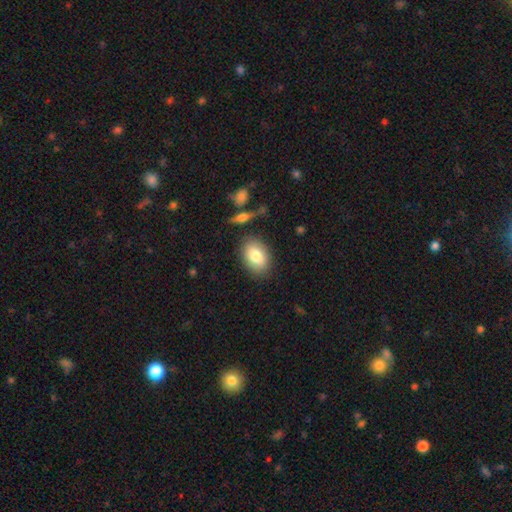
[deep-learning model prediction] This appears to be a smooth galaxy with no disk features (81%) that is in between round and cigar-shaped (79%). Merging: none (83%).